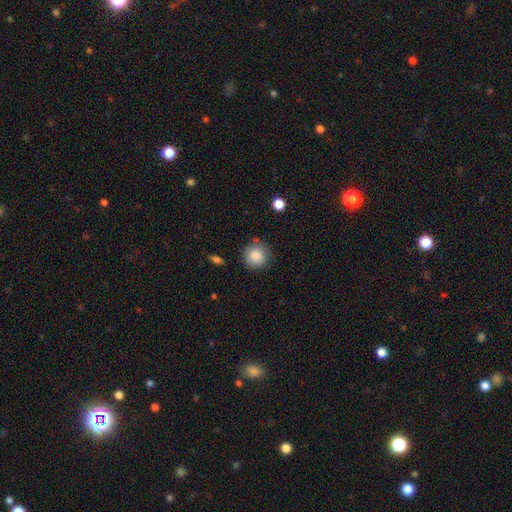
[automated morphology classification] Overall: smooth (86%). How rounded: round (93%). Merging: none (84%).